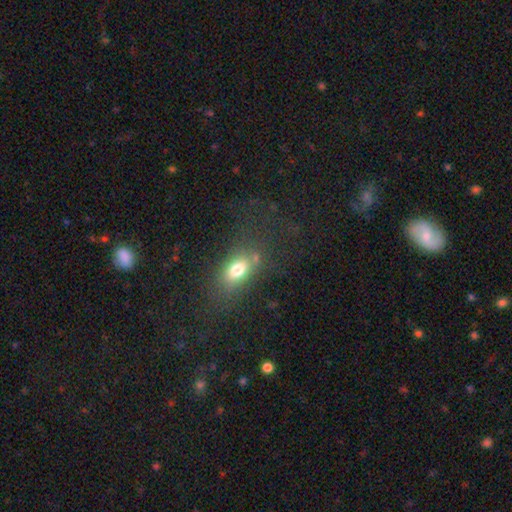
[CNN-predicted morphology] Smooth or featured? smooth (59%)
How rounded? in between (62%)
Merging? none (55%)